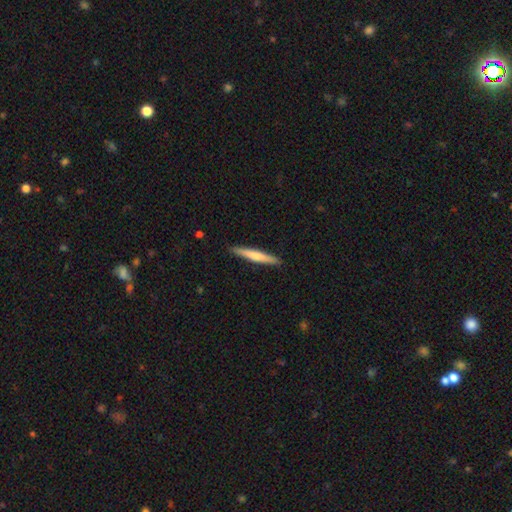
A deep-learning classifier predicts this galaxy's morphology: Overall: smooth (58%; featured or disk 37%). How rounded: cigar-shaped (95%). Merging: none (91%).